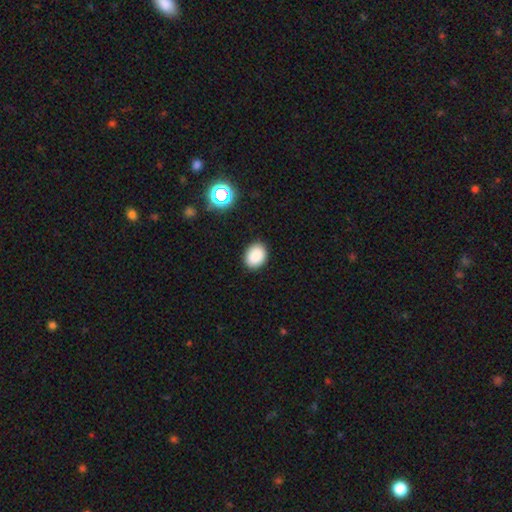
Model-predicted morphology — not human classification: This is clearly a smooth galaxy (87%). How rounded: likely in between (66%). Merging: clearly none (89%).